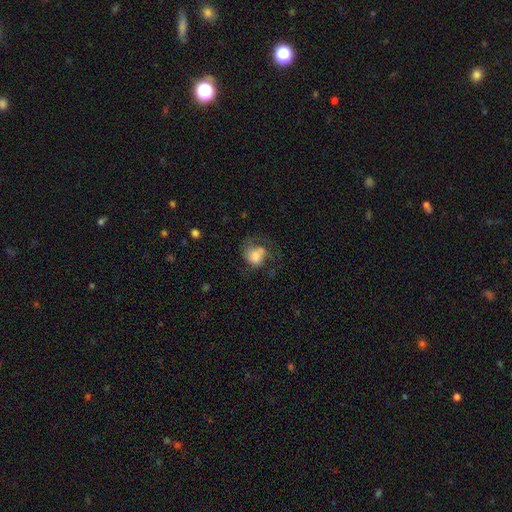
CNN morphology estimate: A smooth galaxy with no disk features (55%) that is round (55%). Merging: major disturbance (38%).